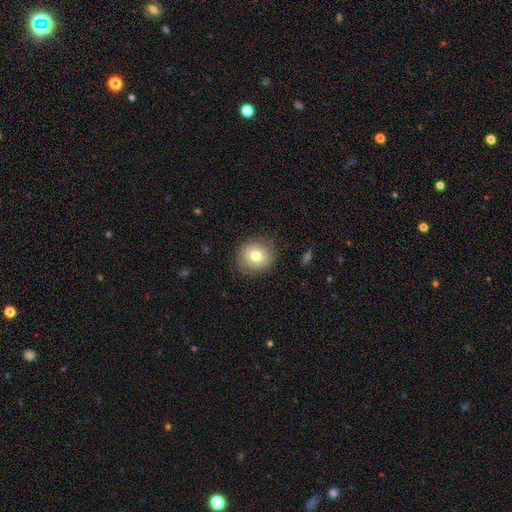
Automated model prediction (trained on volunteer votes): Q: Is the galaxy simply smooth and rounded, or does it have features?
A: smooth — 74%.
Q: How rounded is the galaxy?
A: round — 86%.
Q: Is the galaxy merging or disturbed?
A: none — 84%.